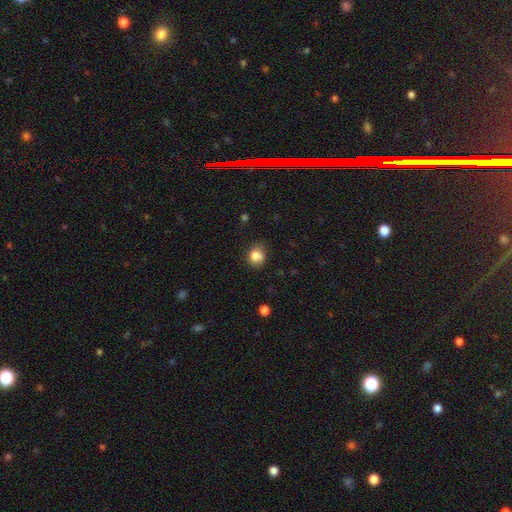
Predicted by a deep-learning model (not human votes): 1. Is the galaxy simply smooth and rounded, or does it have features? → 82% smooth, 10% star or artifact, 7% featured or disk.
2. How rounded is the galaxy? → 72% round, 28% in between, 1% cigar-shaped.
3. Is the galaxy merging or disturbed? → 65% none, 23% minor disturbance, 6% major disturbance, 6% merger.